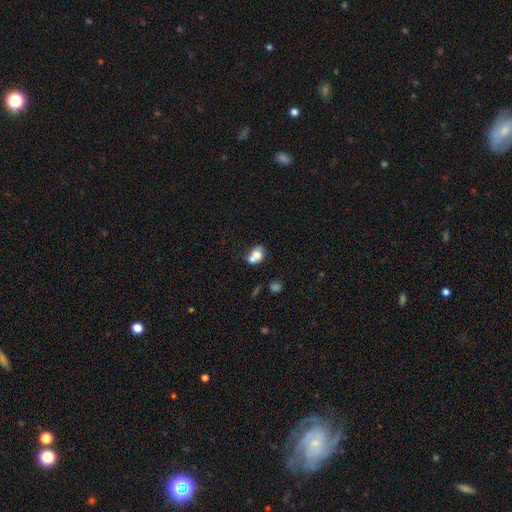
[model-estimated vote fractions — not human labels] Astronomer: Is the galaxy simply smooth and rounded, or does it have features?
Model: smooth — 70%.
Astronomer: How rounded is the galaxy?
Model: in between — 62%.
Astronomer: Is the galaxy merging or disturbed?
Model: merger — 51% (runner-up: none, 28%).